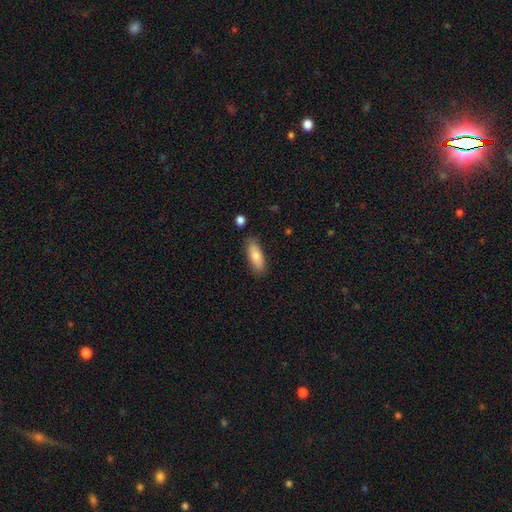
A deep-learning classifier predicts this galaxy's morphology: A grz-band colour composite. It shows a smooth galaxy with no disk features (77%) that is in between round and cigar-shaped (63%). Merging: none (85%).